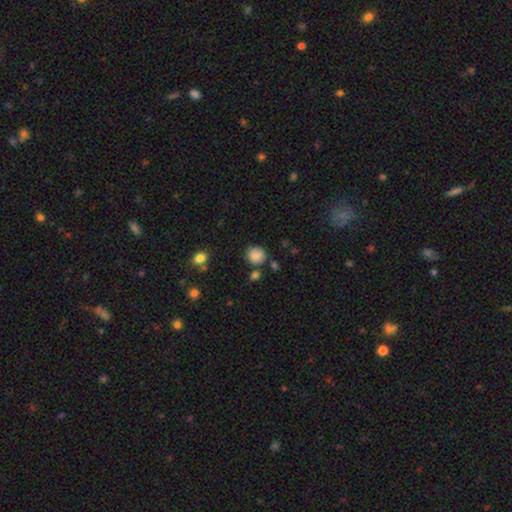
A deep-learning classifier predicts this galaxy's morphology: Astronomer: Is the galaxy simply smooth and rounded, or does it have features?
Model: smooth — 85%.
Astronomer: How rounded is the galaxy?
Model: round — 80%.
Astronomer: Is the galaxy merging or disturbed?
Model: none — 73%.